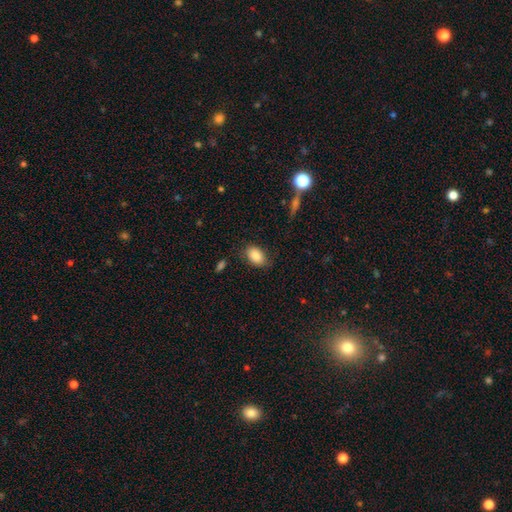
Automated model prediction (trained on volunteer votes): Smooth or featured?
  - smooth: 86% *
  - star or artifact: 7%
  - featured or disk: 6%
How rounded?
  - in between: 89% *
  - round: 10%
  - cigar-shaped: 1%
Merging?
  - none: 78% *
  - minor disturbance: 16%
  - major disturbance: 4%
  - merger: 2%